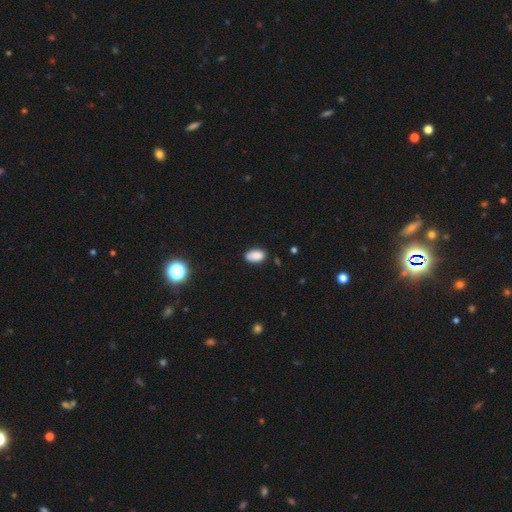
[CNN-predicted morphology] Q: Smooth or featured?
A: smooth (87%); runner-up: star or artifact (9%)
Q: How rounded?
A: in between (93%); runner-up: round (5%)
Q: Merging?
A: none (79%); runner-up: minor disturbance (16%)